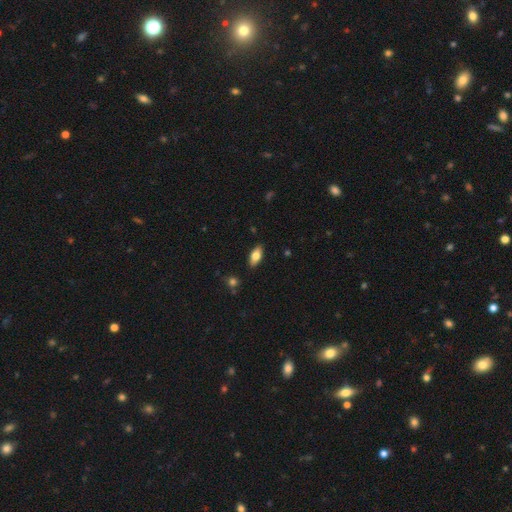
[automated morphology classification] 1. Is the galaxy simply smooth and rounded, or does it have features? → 72% smooth, 21% featured or disk, 7% star or artifact.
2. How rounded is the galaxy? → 85% in between, 12% cigar-shaped, 3% round.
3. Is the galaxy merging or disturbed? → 87% none, 10% minor disturbance, 2% major disturbance, 1% merger.